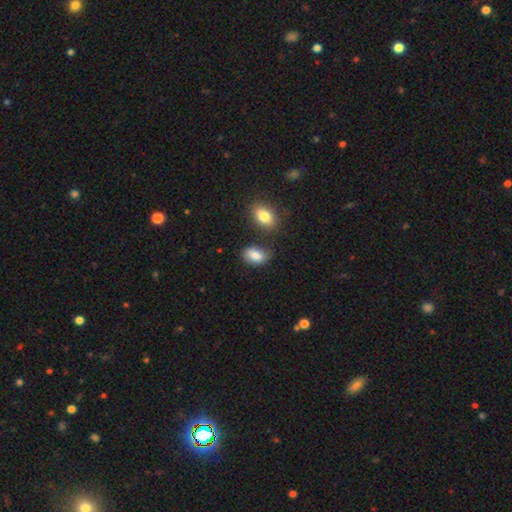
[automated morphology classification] The model was most divided on "merging": none: 63%, minor disturbance: 20%, merger: 12%, major disturbance: 5%. More confident: how rounded — in between (87%); smooth or featured — smooth (82%).